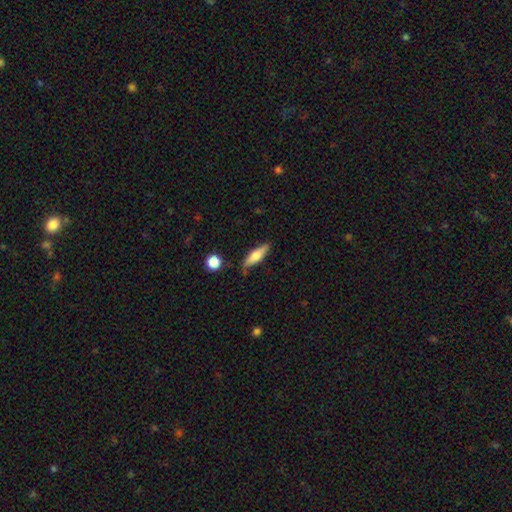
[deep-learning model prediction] This is possibly a smooth galaxy (57%). How rounded: likely cigar-shaped (61%). Merging: likely none (79%).